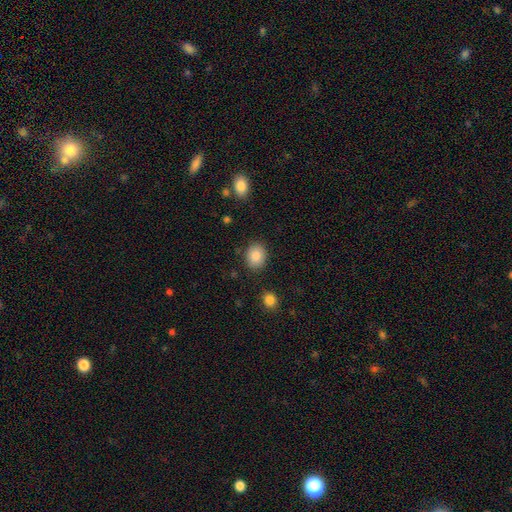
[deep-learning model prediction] A smooth galaxy with no disk features (85%) that is round (52%).

Vote fractions:
- Smooth or featured? smooth: 85% / star or artifact: 8% / featured or disk: 6%
- How rounded? round: 52% / in between: 47% / cigar-shaped: 1%
- Merging? none: 86% / minor disturbance: 9% / major disturbance: 3% / merger: 2%